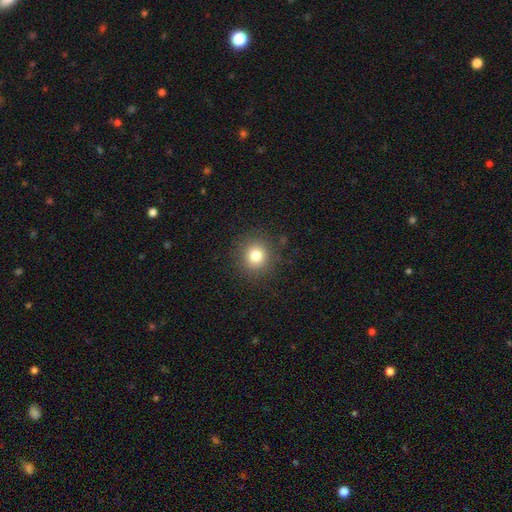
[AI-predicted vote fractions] Smooth or featured? Predicted: smooth (p=0.79). How rounded? Predicted: round (p=0.90). Merging? Predicted: none (p=0.89).